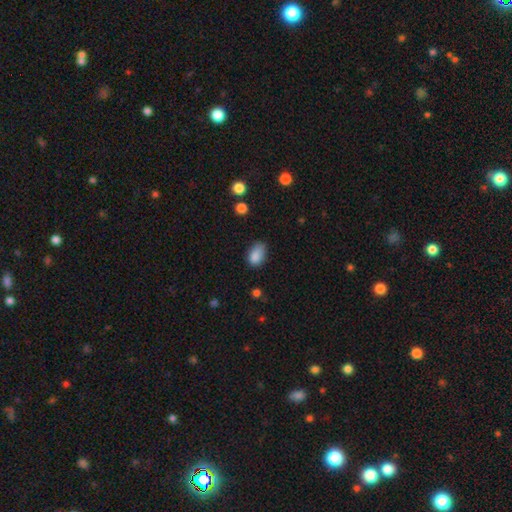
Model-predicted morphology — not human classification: The model was most divided on "merging": none: 54%, minor disturbance: 35%, major disturbance: 9%, merger: 2%. More confident: how rounded — in between (86%); smooth or featured — smooth (85%).